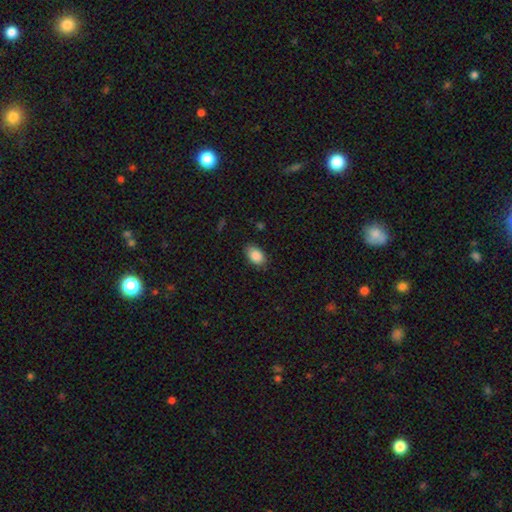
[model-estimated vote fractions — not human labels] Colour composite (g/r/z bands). It shows a smooth galaxy with no disk features (88%) that is in between round and cigar-shaped (89%). Merging: none (84%).